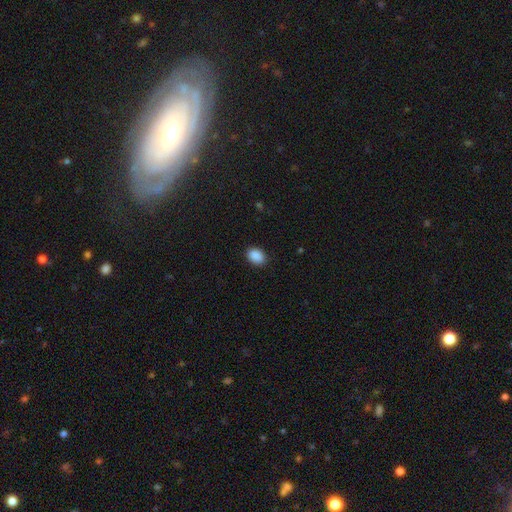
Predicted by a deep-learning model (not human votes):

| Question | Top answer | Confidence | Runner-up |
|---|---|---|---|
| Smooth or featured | smooth | 90% | star or artifact (8%) |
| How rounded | in between | 75% | round (24%) |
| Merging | none | 88% | minor disturbance (9%) |